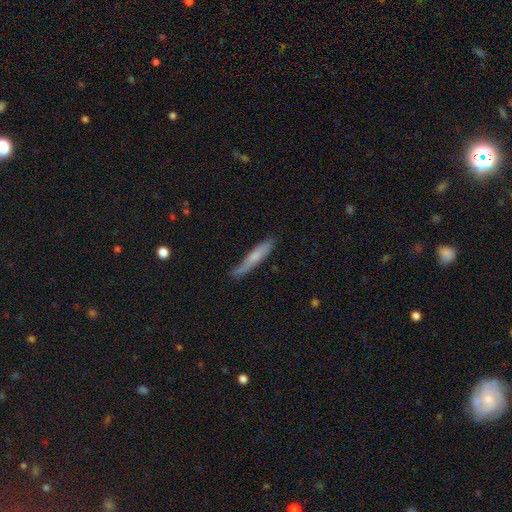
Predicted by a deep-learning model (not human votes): Smooth or featured: smooth — 66% (featured or disk — 29%)
How rounded: cigar-shaped — 90% (in between — 9%)
Merging: none — 67% (minor disturbance — 25%)